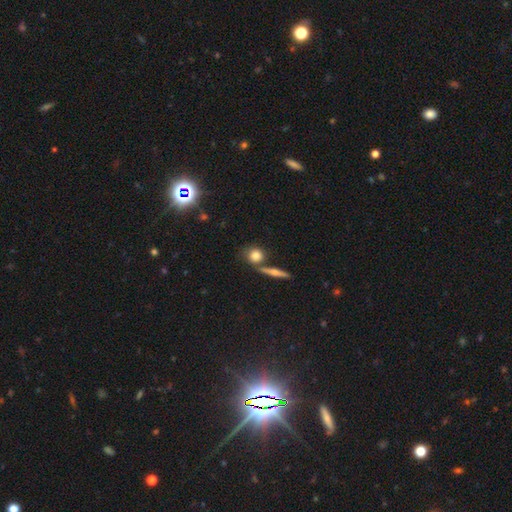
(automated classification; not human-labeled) Smooth or featured? Predicted: smooth (p=0.78). How rounded? Predicted: round (p=0.77). Merging? Predicted: none (p=0.64).